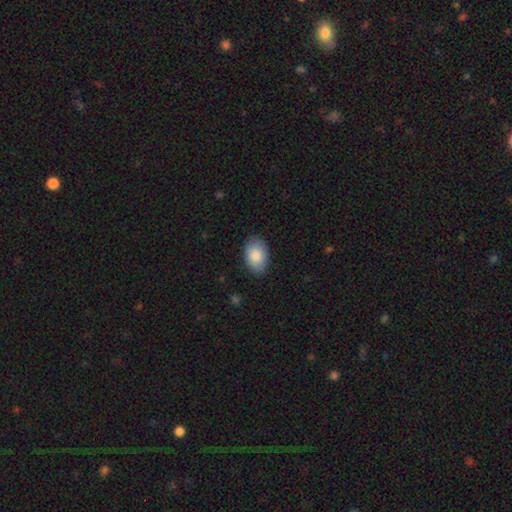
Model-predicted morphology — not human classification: A smooth galaxy with no disk features (87%) that is in between round and cigar-shaped (89%).

Vote fractions:
- Smooth or featured? smooth: 87% / featured or disk: 7% / star or artifact: 6%
- How rounded? in between: 89% / round: 10% / cigar-shaped: 1%
- Merging? none: 85% / minor disturbance: 12% / major disturbance: 2% / merger: 1%